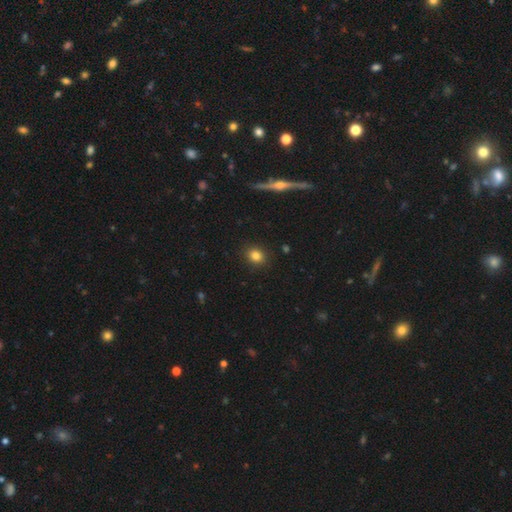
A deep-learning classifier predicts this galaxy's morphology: Smooth or featured? Predicted: smooth (p=0.84). How rounded? Predicted: round (p=0.69). Merging? Predicted: none (p=0.90).